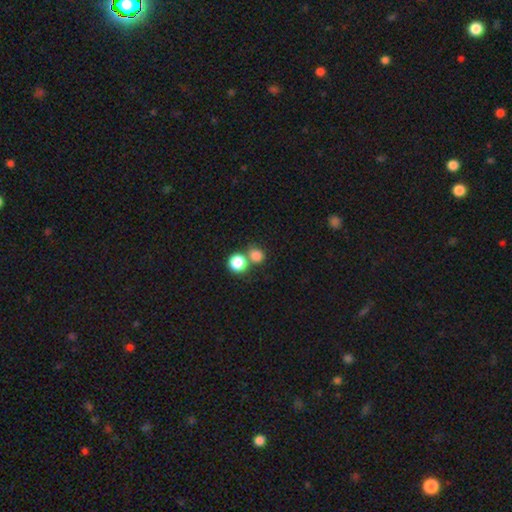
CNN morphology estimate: smooth_or_featured: smooth (p=0.81) [alt: star or artifact p=0.12]
how_rounded: round (p=0.84) [alt: in between p=0.15]
merging: none (p=0.49) [alt: merger p=0.41]